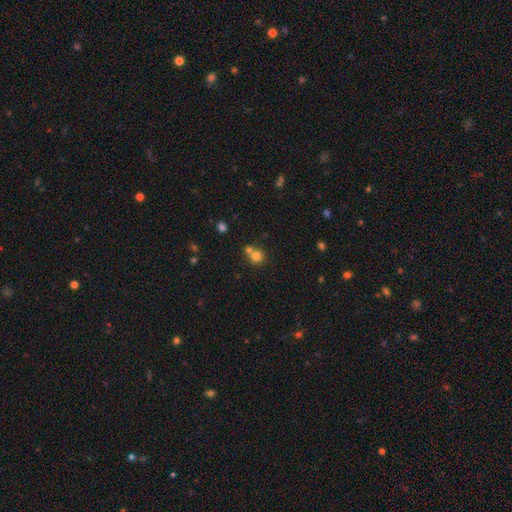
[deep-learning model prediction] Smooth or featured? smooth (75%)
How rounded? round (87%)
Merging? merger (46%)